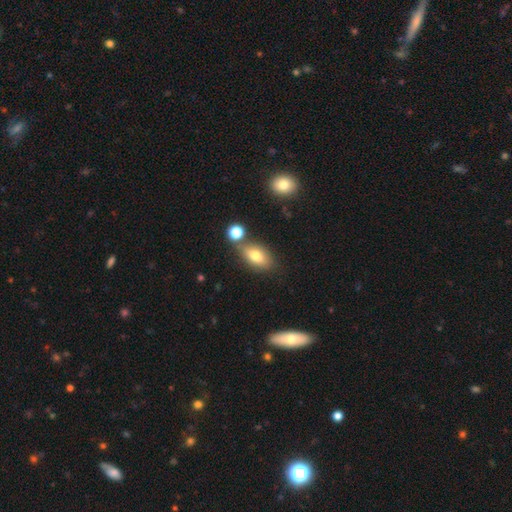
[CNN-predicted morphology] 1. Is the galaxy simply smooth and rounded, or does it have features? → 72% smooth, 18% featured or disk, 10% star or artifact.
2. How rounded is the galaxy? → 83% in between, 10% round, 7% cigar-shaped.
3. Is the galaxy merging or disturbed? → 67% none, 15% merger, 14% minor disturbance, 4% major disturbance.